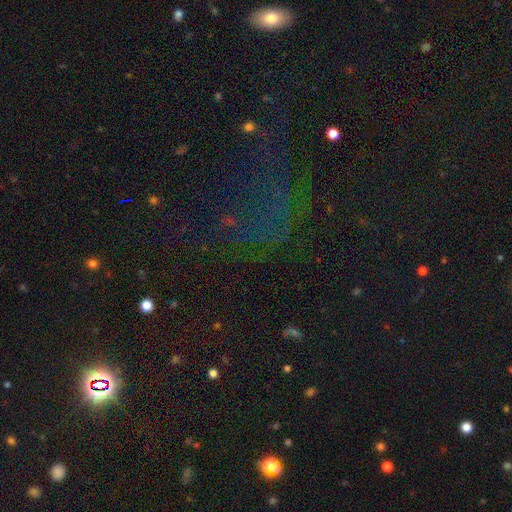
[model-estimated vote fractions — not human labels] smooth_or_featured: star or artifact (p=0.63) [alt: smooth p=0.21]